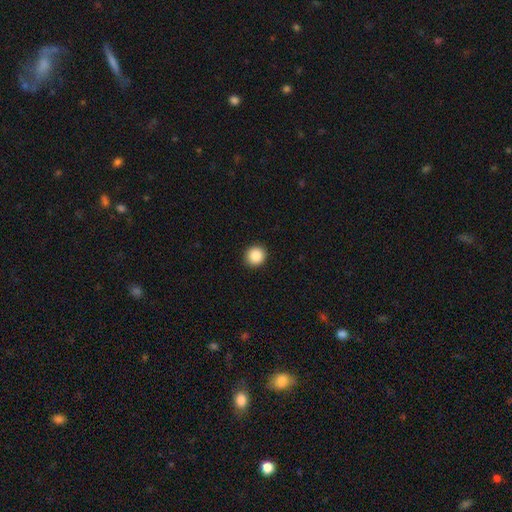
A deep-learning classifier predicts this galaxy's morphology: Smooth or featured? Predicted: smooth (p=0.88). How rounded? Predicted: round (p=0.91). Merging? Predicted: none (p=0.93).